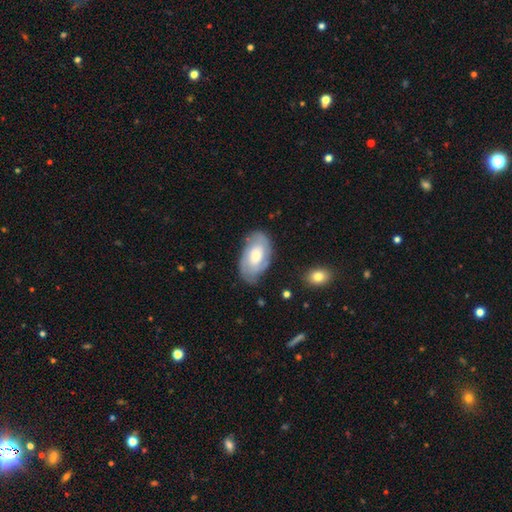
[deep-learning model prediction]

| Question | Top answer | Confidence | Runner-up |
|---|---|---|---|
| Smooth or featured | featured or disk | 56% | smooth (38%) |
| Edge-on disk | no | 94% | yes (6%) |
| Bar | no | 70% | weak (25%) |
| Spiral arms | yes | 75% | no (25%) |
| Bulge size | moderate | 49% | small (24%) |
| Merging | none | 72% | minor disturbance (20%) |